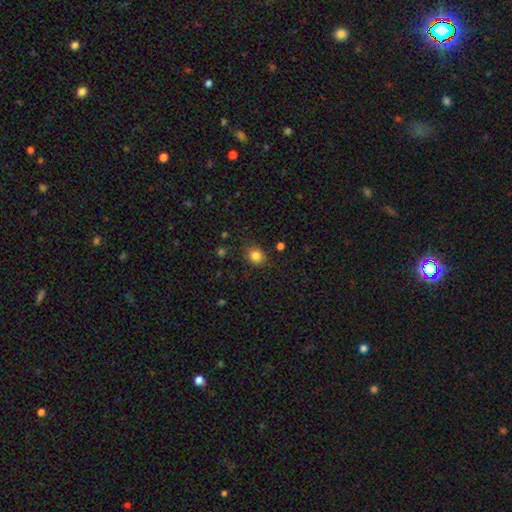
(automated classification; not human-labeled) Smooth or featured: smooth — 83% (star or artifact — 11%)
How rounded: round — 70% (in between — 29%)
Merging: none — 83% (minor disturbance — 13%)